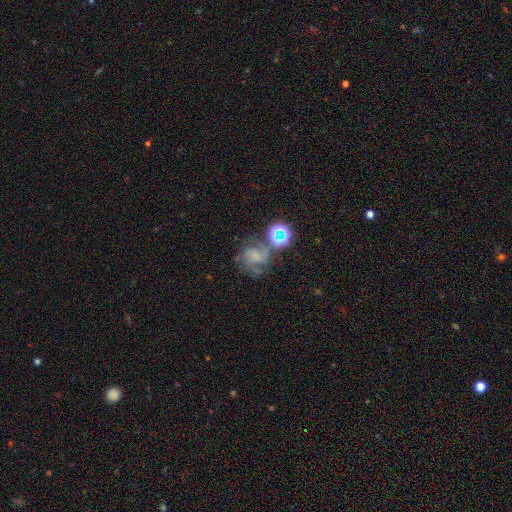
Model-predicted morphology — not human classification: smooth_or_featured: featured or disk (p=0.58) [alt: smooth p=0.22]
disk_edge_on: no (p=0.98) [alt: yes p=0.02]
bar: no (p=0.62) [alt: weak p=0.29]
has_spiral_arms: yes (p=0.87) [alt: no p=0.13]
bulge_size: none (p=0.37) [alt: small p=0.36]
merging: none (p=0.50) [alt: minor disturbance p=0.19]